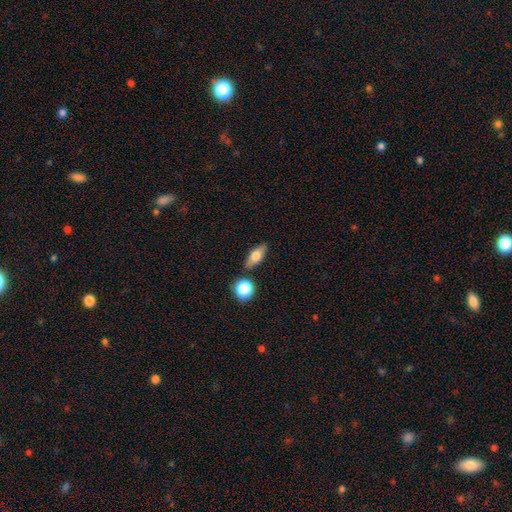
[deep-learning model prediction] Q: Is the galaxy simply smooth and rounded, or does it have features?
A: smooth — 63%.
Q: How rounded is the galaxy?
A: in between — 70%.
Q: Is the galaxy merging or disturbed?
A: none — 80%.